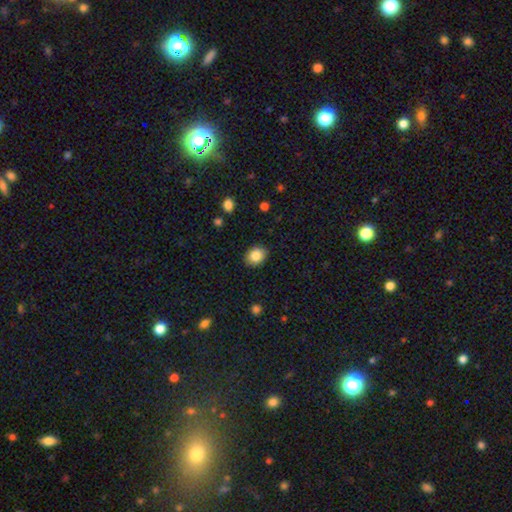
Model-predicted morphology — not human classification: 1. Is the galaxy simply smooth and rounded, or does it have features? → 84% smooth, 9% star or artifact, 7% featured or disk.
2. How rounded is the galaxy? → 54% in between, 45% round, 1% cigar-shaped.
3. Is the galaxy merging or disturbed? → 89% none, 8% minor disturbance, 2% major disturbance, 1% merger.